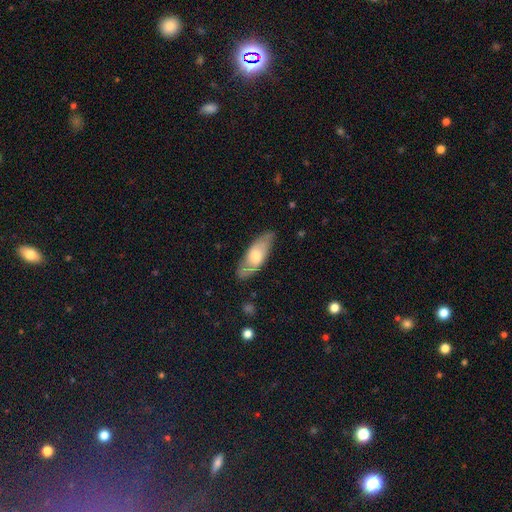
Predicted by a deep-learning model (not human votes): Smooth or featured: smooth — 48% (featured or disk — 46%)
Merging: none — 78% (minor disturbance — 17%)